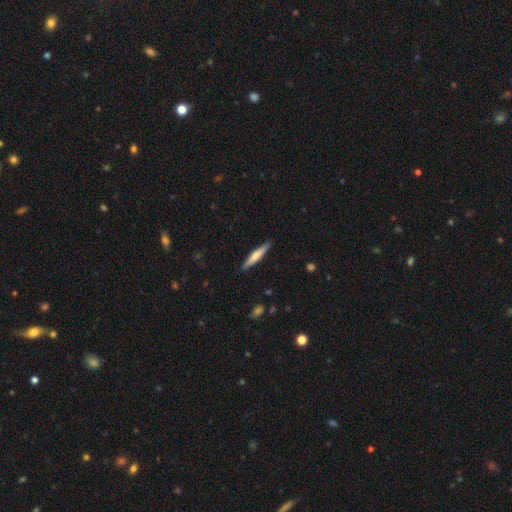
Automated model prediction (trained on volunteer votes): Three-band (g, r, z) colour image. It shows a smooth galaxy with no disk features (54%) that is cigar-shaped (91%). Merging: none (89%).